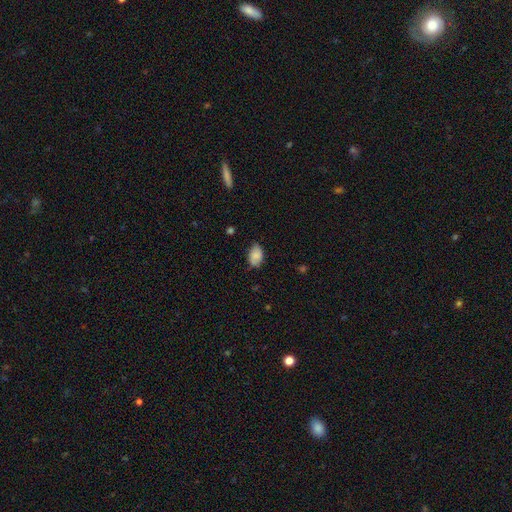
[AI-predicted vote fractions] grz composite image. It shows a smooth galaxy with no disk features (81%) that is in between round and cigar-shaped (89%). Merging: none (71%).